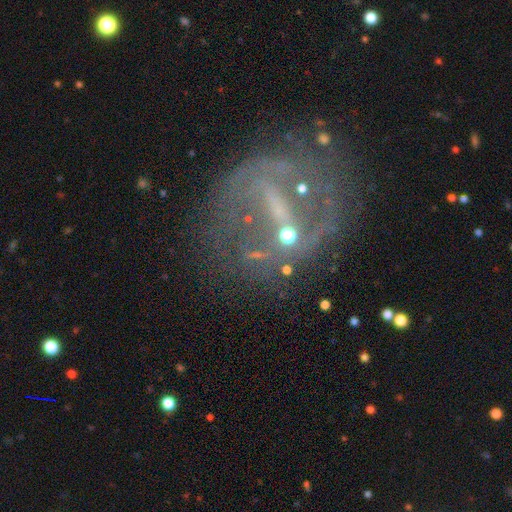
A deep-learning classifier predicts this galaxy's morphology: Smooth or featured? Predicted: featured or disk (p=0.72). Edge-on disk? Predicted: no (p=0.95). Bar? Predicted: strong (p=0.39). Spiral arms? Predicted: yes (p=0.57). Bulge size? Predicted: small (p=0.40). Merging? Predicted: none (p=0.54).